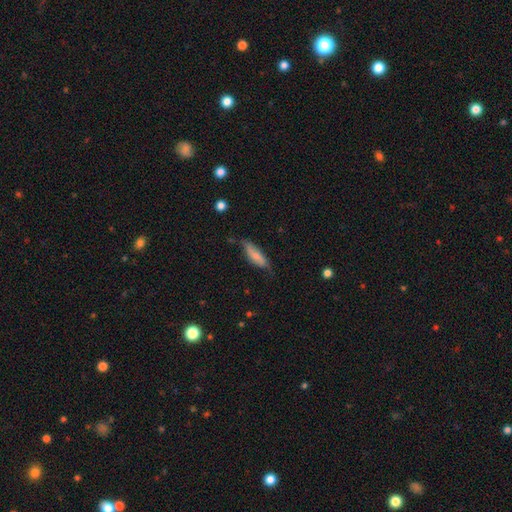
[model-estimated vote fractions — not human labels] A smooth galaxy with no disk features (71%) that is cigar-shaped (50%).

Vote fractions:
- Smooth or featured? smooth: 71% / featured or disk: 22% / star or artifact: 6%
- How rounded? cigar-shaped: 50% / in between: 48% / round: 2%
- Merging? none: 56% / minor disturbance: 33% / major disturbance: 8% / merger: 3%